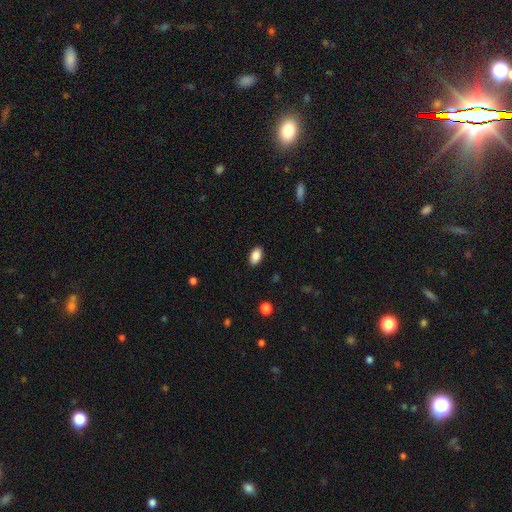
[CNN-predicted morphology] smooth-or-featured: smooth: 88% | star or artifact: 8% | featured or disk: 4%
  how-rounded: in between: 93% | round: 5% | cigar-shaped: 2%
  merging: none: 89% | minor disturbance: 8% | major disturbance: 2% | merger: 1%